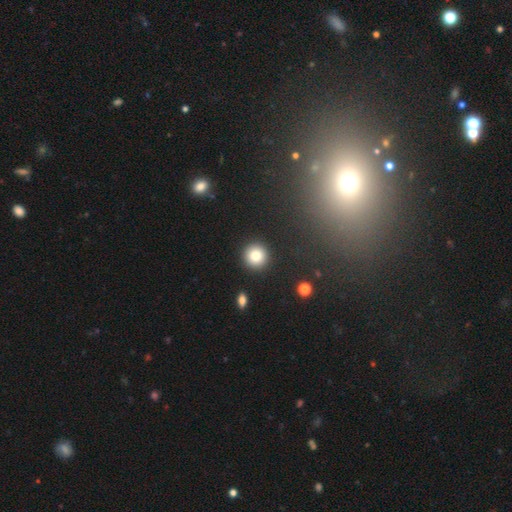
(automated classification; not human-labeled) This appears to be a smooth galaxy with no disk features (82%) that is round (94%). Merging: none (91%).